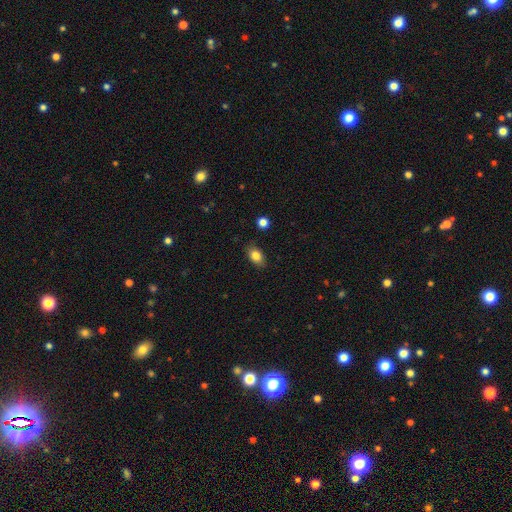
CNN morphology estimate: Smooth or featured?
  - smooth: 83% *
  - star or artifact: 9%
  - featured or disk: 8%
How rounded?
  - in between: 84% *
  - round: 14%
  - cigar-shaped: 2%
Merging?
  - none: 85% *
  - minor disturbance: 11%
  - major disturbance: 2%
  - merger: 1%